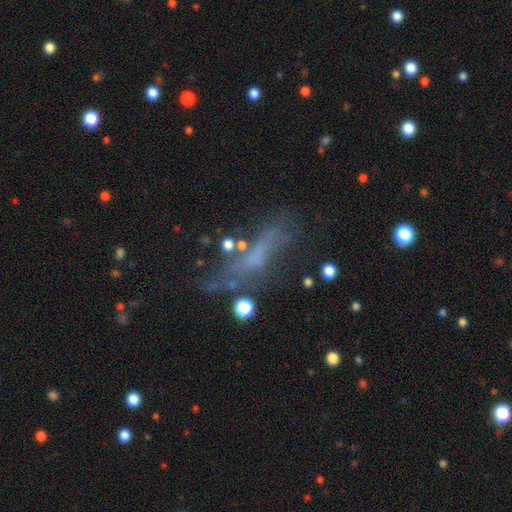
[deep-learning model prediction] Morphology: type=smooth (42%); merging=none (44%).